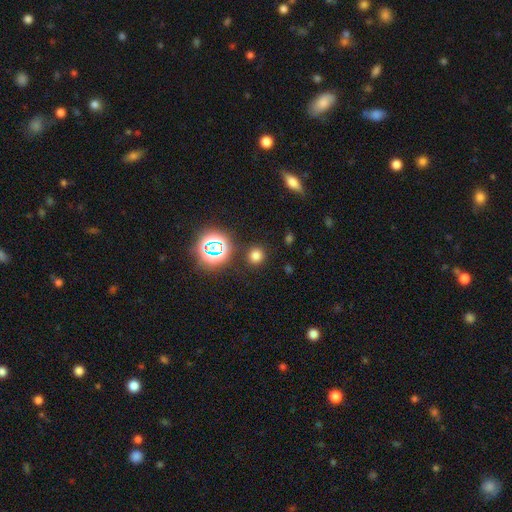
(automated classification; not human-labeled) This is likely a smooth galaxy (70%). How rounded: clearly round (91%). Merging: clearly none (88%).